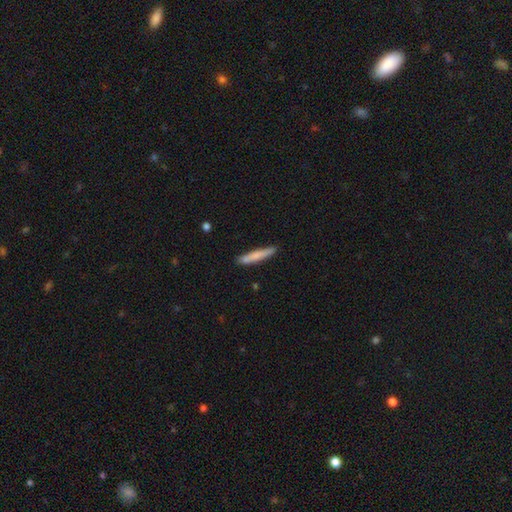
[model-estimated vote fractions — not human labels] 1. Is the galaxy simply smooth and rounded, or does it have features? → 76% smooth, 18% featured or disk, 6% star or artifact.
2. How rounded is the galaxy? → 94% cigar-shaped, 5% in between, 1% round.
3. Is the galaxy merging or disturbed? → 86% none, 11% minor disturbance, 2% major disturbance, 2% merger.